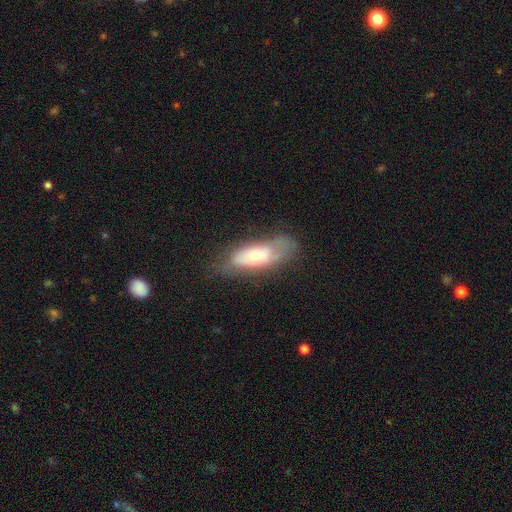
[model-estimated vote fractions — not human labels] The model was most divided on "smooth or featured": smooth: 49%, featured or disk: 43%, star or artifact: 7%. Remaining: merging — none (50%).